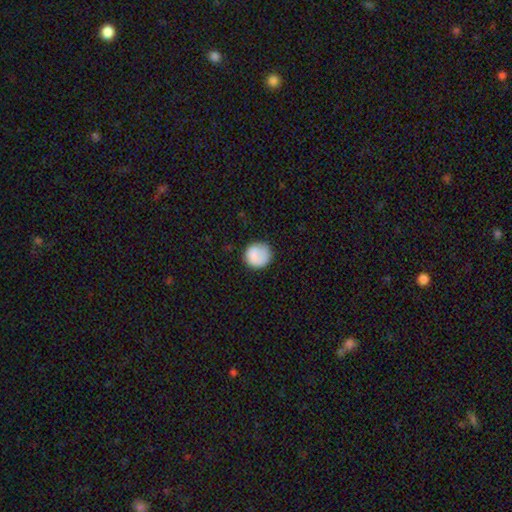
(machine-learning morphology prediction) smooth-or-featured: smooth: 85% | featured or disk: 8% | star or artifact: 7%
  how-rounded: round: 92% | in between: 7% | cigar-shaped: 1%
  merging: none: 79% | minor disturbance: 14% | major disturbance: 5% | merger: 1%